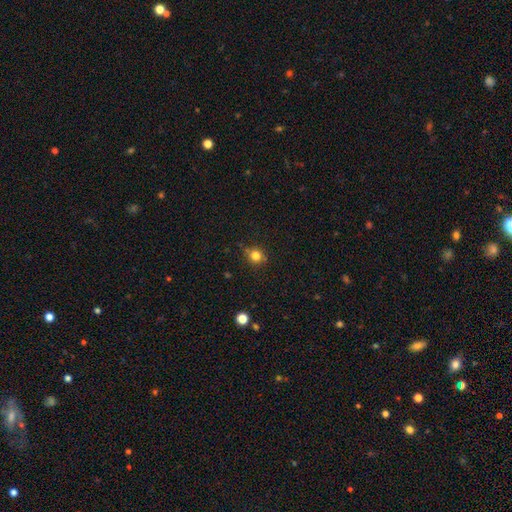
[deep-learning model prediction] Smooth or featured? Predicted: smooth (p=0.80). How rounded? Predicted: round (p=0.85). Merging? Predicted: none (p=0.80).